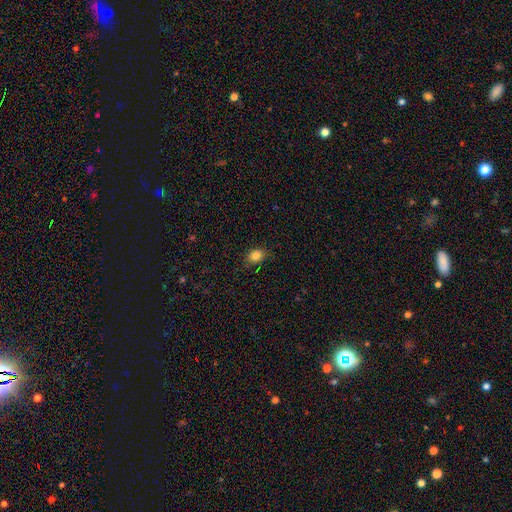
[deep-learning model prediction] A smooth galaxy with no disk features (84%) that is in between round and cigar-shaped (60%).

Vote fractions:
- Smooth or featured? smooth: 84% / star or artifact: 11% / featured or disk: 5%
- How rounded? in between: 60% / round: 39% / cigar-shaped: 1%
- Merging? none: 81% / minor disturbance: 15% / major disturbance: 3% / merger: 1%